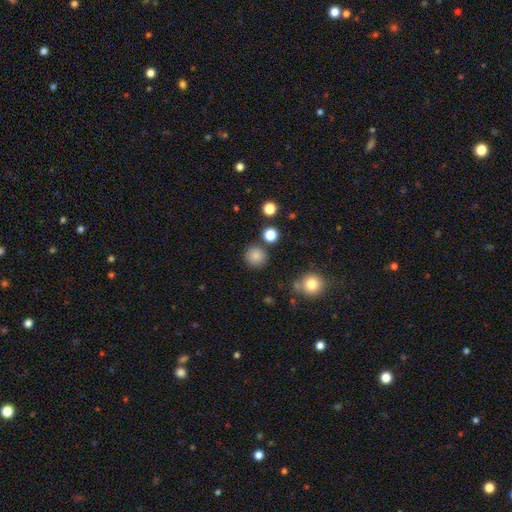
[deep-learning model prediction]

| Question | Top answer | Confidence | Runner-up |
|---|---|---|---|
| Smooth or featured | smooth | 83% | star or artifact (11%) |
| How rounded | round | 92% | in between (7%) |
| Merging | none | 85% | minor disturbance (9%) |